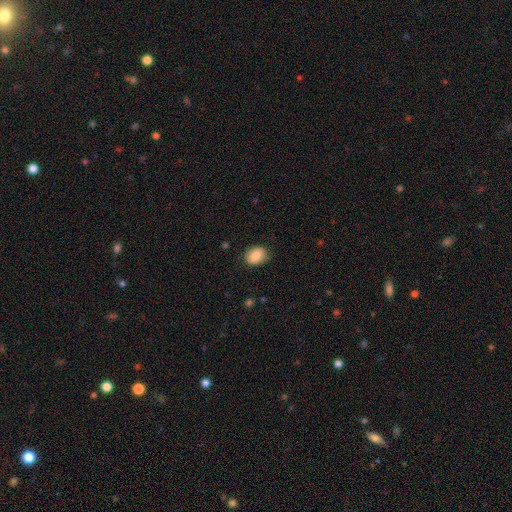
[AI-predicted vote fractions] Overall: smooth (85%). How rounded: in between (57%; round 42%). Merging: none (80%).